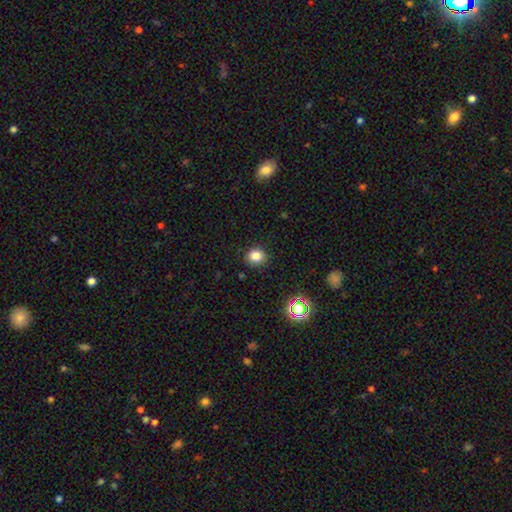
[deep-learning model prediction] Q: Smooth or featured?
A: smooth (80%); runner-up: star or artifact (14%)
Q: How rounded?
A: round (82%); runner-up: in between (17%)
Q: Merging?
A: none (88%); runner-up: minor disturbance (8%)